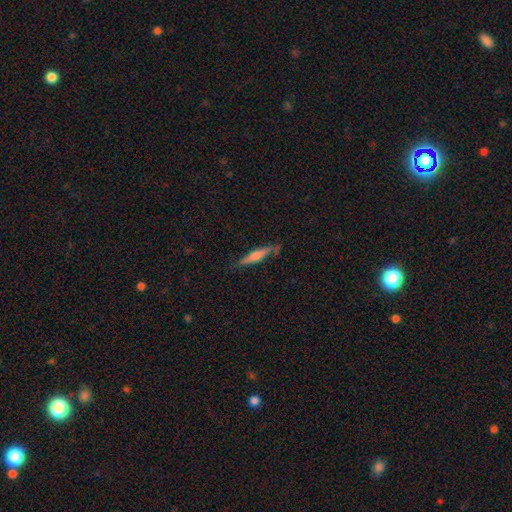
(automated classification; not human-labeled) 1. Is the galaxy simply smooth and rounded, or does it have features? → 52% featured or disk, 41% smooth, 7% star or artifact.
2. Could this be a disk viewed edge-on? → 92% yes, 8% no.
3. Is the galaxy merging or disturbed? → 74% none, 19% minor disturbance, 5% major disturbance, 2% merger.